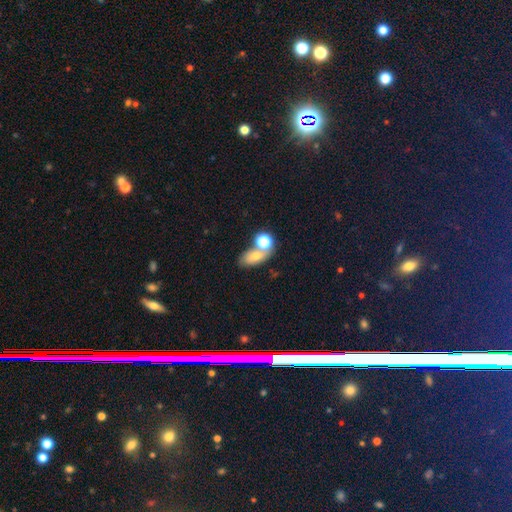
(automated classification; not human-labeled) smooth_or_featured: smooth (p=0.66) [alt: featured or disk p=0.18]
how_rounded: in between (p=0.75) [alt: round p=0.20]
merging: none (p=0.44) [alt: merger p=0.36]